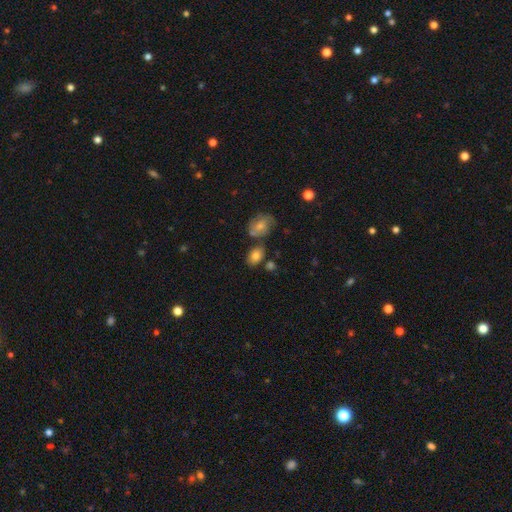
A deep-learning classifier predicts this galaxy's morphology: This appears to be a smooth galaxy with no disk features (77%) that is in between round and cigar-shaped (79%). Merging: none (62%).